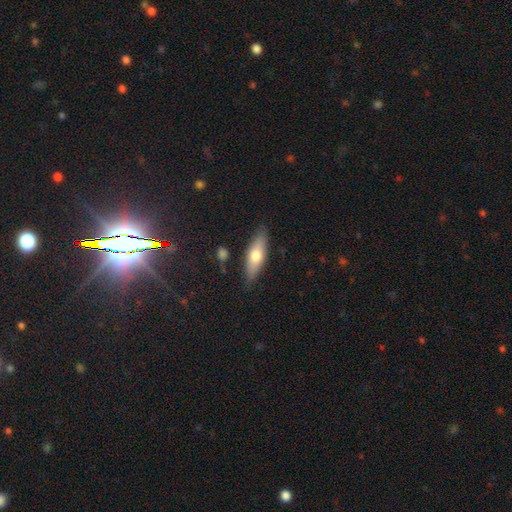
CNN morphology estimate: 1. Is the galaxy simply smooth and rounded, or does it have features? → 62% smooth, 32% featured or disk, 6% star or artifact.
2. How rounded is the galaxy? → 53% in between, 45% cigar-shaped, 3% round.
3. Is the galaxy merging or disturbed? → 83% none, 12% minor disturbance, 3% major disturbance, 2% merger.